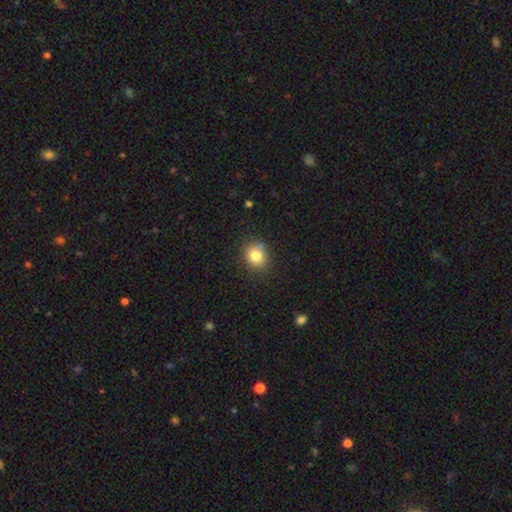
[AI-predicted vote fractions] Smooth or featured?
  - smooth: 81% *
  - star or artifact: 11%
  - featured or disk: 7%
How rounded?
  - round: 74% *
  - in between: 26%
  - cigar-shaped: 1%
Merging?
  - none: 79% *
  - minor disturbance: 13%
  - merger: 5%
  - major disturbance: 3%